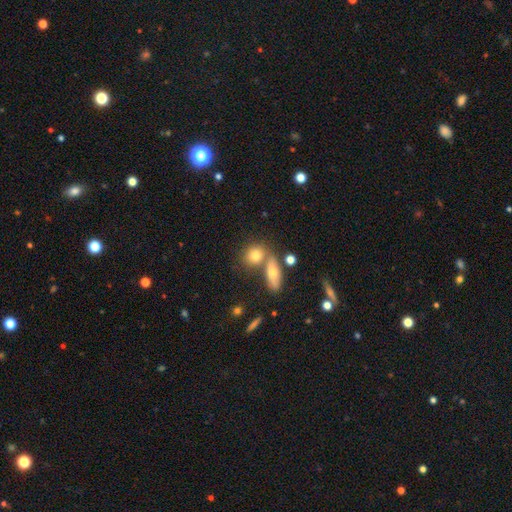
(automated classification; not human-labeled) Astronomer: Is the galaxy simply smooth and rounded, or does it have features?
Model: smooth — 75%.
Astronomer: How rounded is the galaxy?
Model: round — 57% (runner-up: in between, 37%).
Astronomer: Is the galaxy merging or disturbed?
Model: none — 53% (runner-up: merger, 32%).